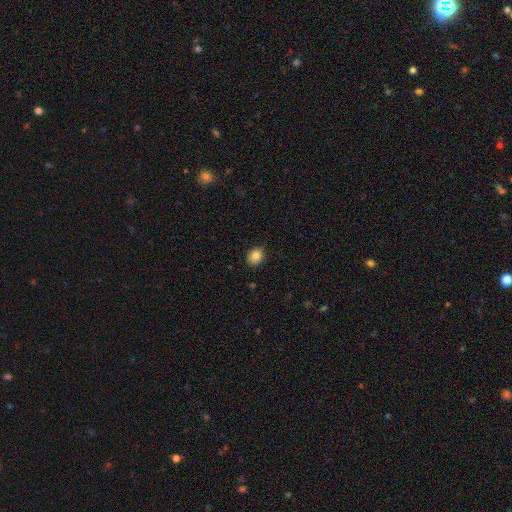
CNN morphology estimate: Overall: smooth (83%). How rounded: round (62%; in between 37%). Merging: none (87%).